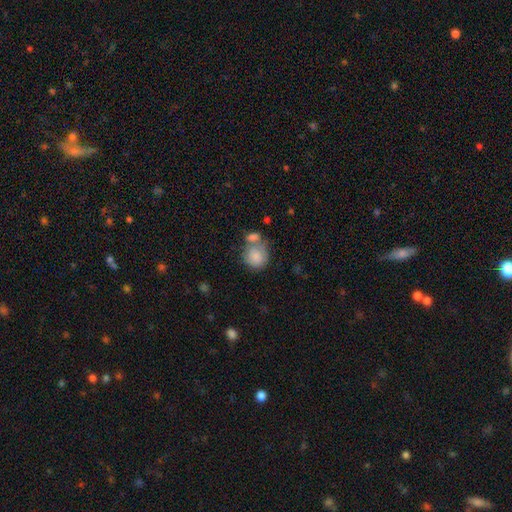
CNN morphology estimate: The model was most divided on "merging": merger: 41%, none: 38%, minor disturbance: 14%, major disturbance: 7%. More confident: smooth or featured — smooth (81%); how rounded — round (76%).